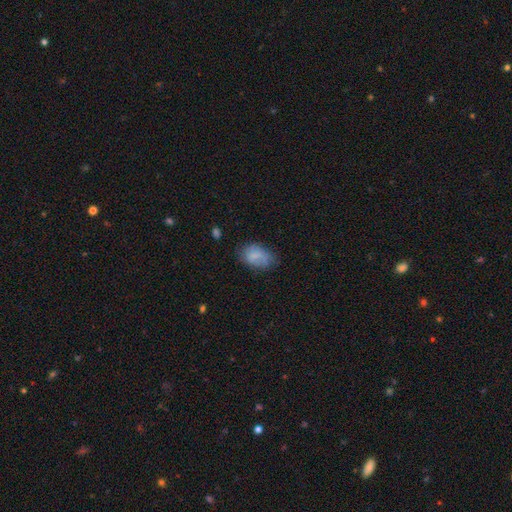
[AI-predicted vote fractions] A smooth galaxy with no disk features (76%) that is in between round and cigar-shaped (88%).

Vote fractions:
- Smooth or featured? smooth: 76% / featured or disk: 15% / star or artifact: 8%
- How rounded? in between: 88% / round: 11% / cigar-shaped: 1%
- Merging? none: 60% / minor disturbance: 28% / major disturbance: 10% / merger: 3%